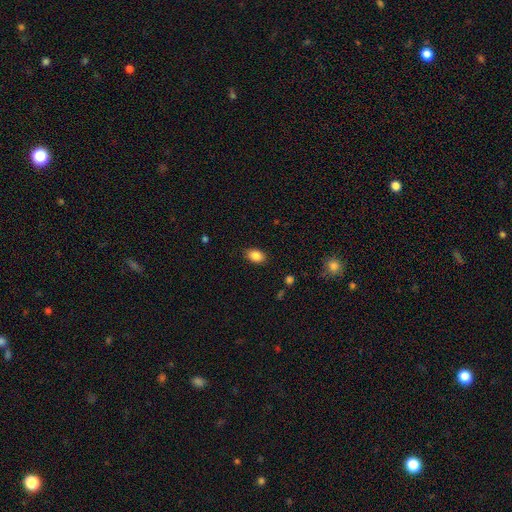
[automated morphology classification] smooth 87%, star or artifact 8%, featured or disk 5%. Down the decision tree: how rounded — in between (86%); merging — none (86%).